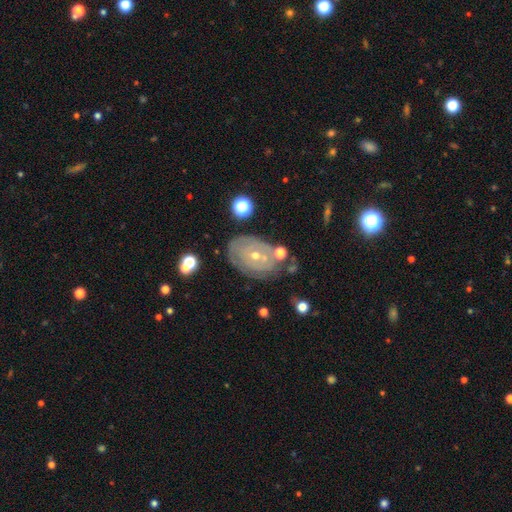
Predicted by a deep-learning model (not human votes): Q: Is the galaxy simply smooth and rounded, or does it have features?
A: featured or disk — 74%.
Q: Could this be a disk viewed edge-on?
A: no — 95%.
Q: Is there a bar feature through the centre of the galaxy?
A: no — 73%.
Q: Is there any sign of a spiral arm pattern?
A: yes — 74%.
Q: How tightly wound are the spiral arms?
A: tight — 78%.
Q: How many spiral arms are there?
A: can't tell — 57%.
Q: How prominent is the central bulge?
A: small — 66%.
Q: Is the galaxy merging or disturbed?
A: none — 69%.